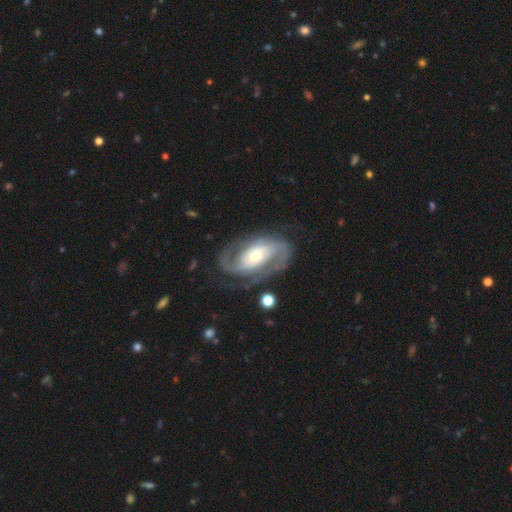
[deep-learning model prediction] featured or disk 89%, smooth 7%, star or artifact 4%. Down the decision tree: edge-on disk — no (97%); bar — no (44%); spiral arms — yes (97%); spiral arm count — 2 (87%); spiral winding — medium (50%); bulge size — moderate (50%); merging — none (72%).